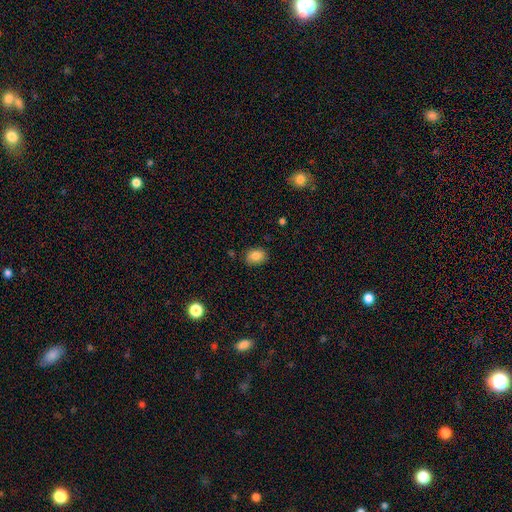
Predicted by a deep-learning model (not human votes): Smooth or featured? smooth (84%)
How rounded? in between (63%)
Merging? none (84%)